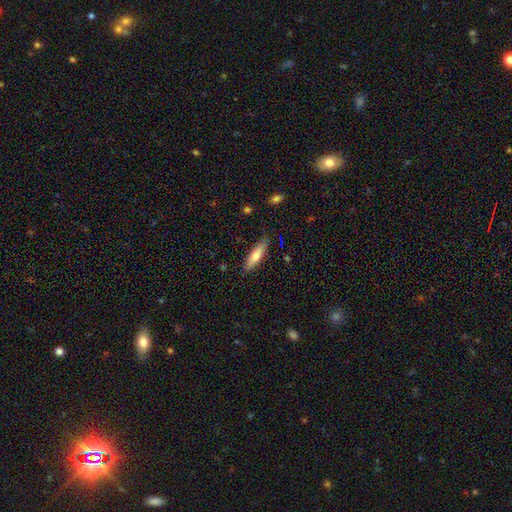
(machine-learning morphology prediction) smooth 67%, featured or disk 27%, star or artifact 6%. Down the decision tree: how rounded — cigar-shaped (75%); merging — none (86%).